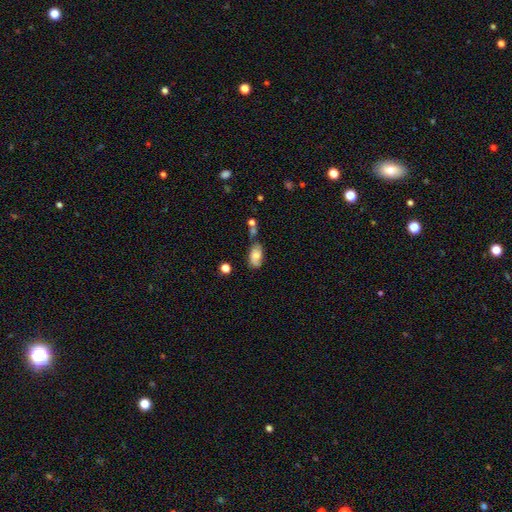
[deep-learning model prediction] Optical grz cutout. It shows a smooth galaxy with no disk features (59%) that is in between round and cigar-shaped (89%). Merging: none (49%).